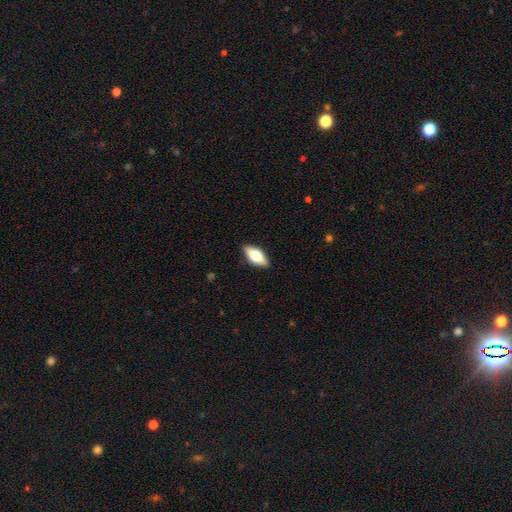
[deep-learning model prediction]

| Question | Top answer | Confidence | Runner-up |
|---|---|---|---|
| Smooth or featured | smooth | 62% | featured or disk (32%) |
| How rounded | in between | 80% | cigar-shaped (16%) |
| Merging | none | 88% | minor disturbance (9%) |